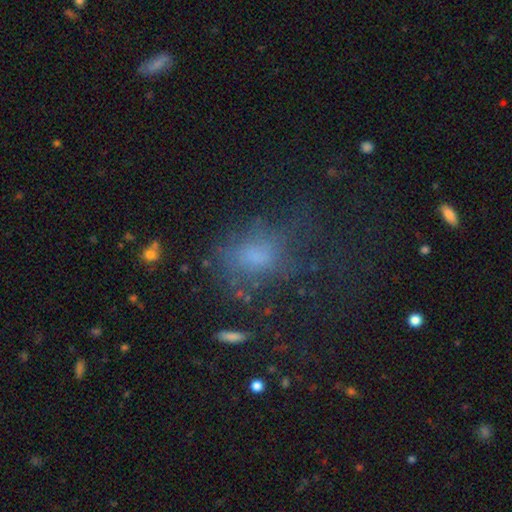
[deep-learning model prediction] Overall: smooth (55%; star or artifact 23%). How rounded: in between (57%; round 40%). Merging: none (50%; major disturbance 25%).